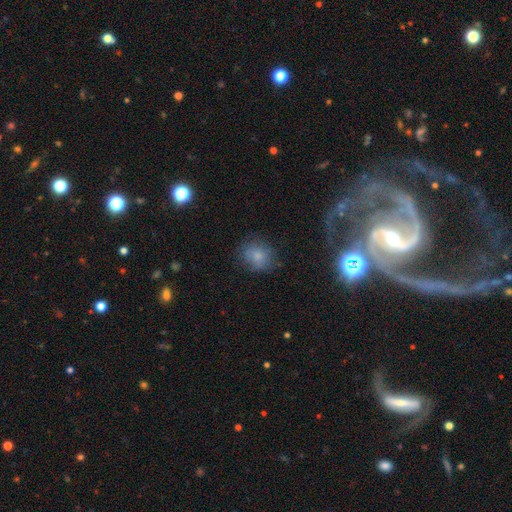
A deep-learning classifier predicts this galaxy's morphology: Smooth or featured? Predicted: smooth (p=0.79). How rounded? Predicted: round (p=0.66). Merging? Predicted: none (p=0.74).